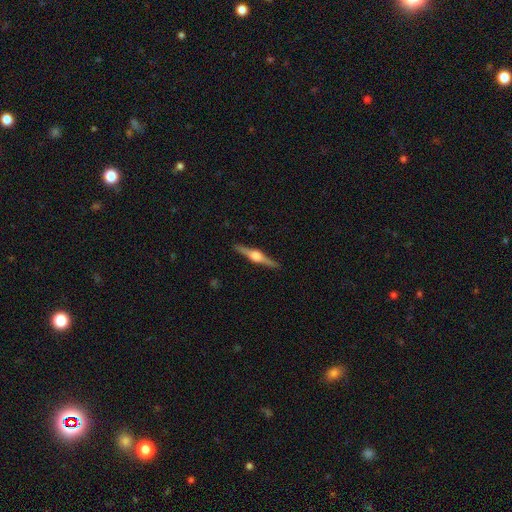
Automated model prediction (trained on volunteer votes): Smooth or featured? Predicted: featured or disk (p=0.82). Edge-on disk? Predicted: yes (p=0.98). Edge-on bulge? Predicted: rounded (p=0.90). Merging? Predicted: none (p=0.91).